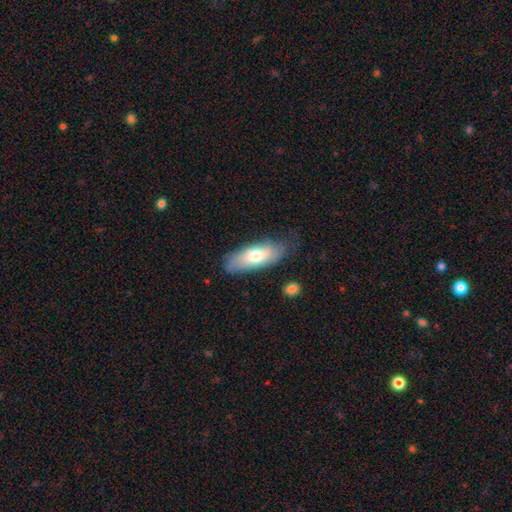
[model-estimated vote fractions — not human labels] Smooth or featured? smooth (67%)
How rounded? in between (74%)
Merging? none (70%)